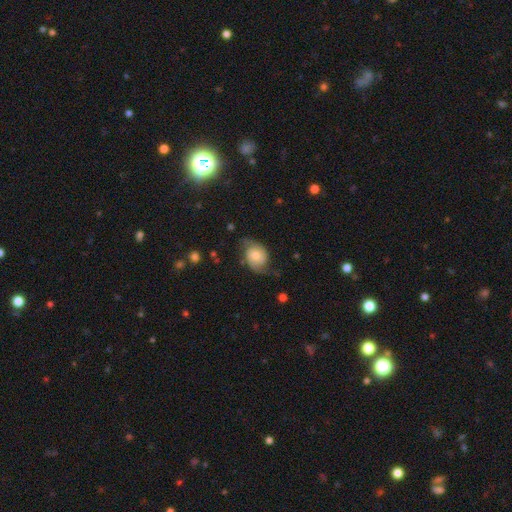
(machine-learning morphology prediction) Q: Smooth or featured?
A: featured or disk (59%); runner-up: smooth (33%)
Q: Edge-on disk?
A: no (97%); runner-up: yes (3%)
Q: Bar?
A: no (74%); runner-up: weak (22%)
Q: Spiral arms?
A: yes (89%); runner-up: no (11%)
Q: Spiral winding?
A: loose (44%); runner-up: medium (38%)
Q: Spiral arm count?
A: 2 (88%); runner-up: can't tell (6%)
Q: Bulge size?
A: moderate (45%); runner-up: small (38%)
Q: Merging?
A: none (60%); runner-up: minor disturbance (25%)